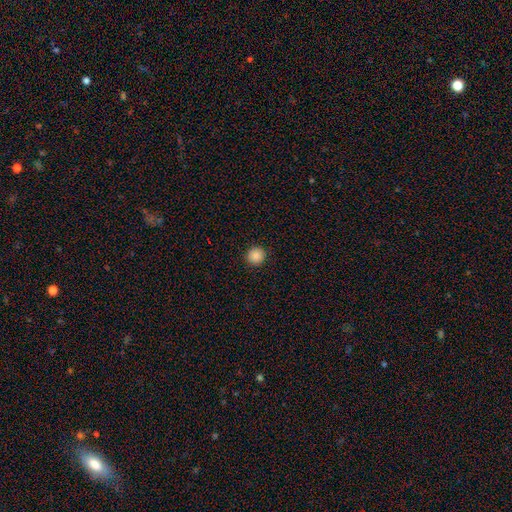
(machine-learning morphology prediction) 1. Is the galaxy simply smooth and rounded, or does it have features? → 88% smooth, 9% star or artifact, 3% featured or disk.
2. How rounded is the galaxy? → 94% round, 5% in between, 1% cigar-shaped.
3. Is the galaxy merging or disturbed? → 93% none, 5% minor disturbance, 2% major disturbance, 1% merger.